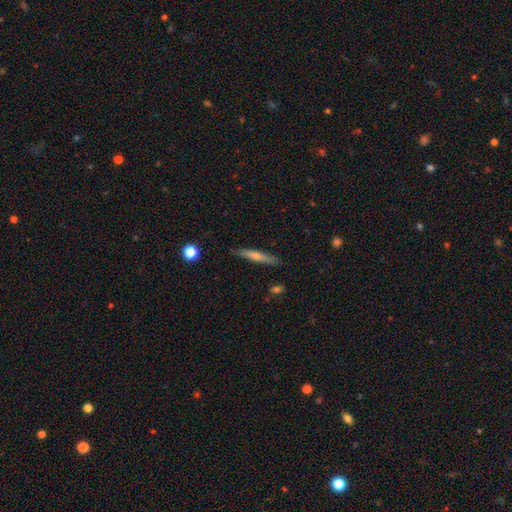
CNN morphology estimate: type=featured or disk (47%); merging=none (88%).